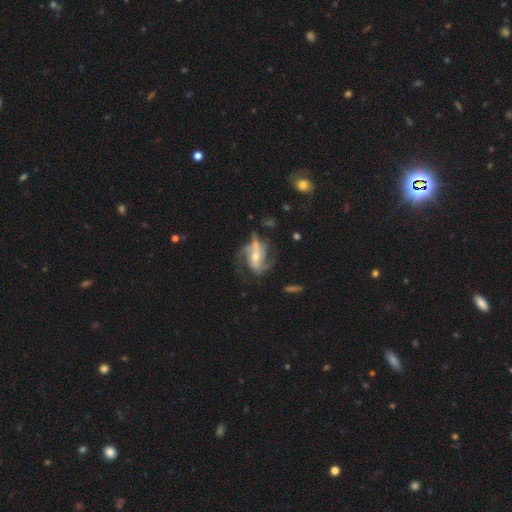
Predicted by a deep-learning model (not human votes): smooth_or_featured: featured or disk (p=0.84) [alt: smooth p=0.10]
disk_edge_on: no (p=0.96) [alt: yes p=0.04]
bar: weak (p=0.37) [alt: strong p=0.32]
has_spiral_arms: yes (p=0.93) [alt: no p=0.07]
spiral_winding: medium (p=0.43) [alt: loose p=0.40]
spiral_arm_count: 2 (p=0.56) [alt: 3 p=0.21]
bulge_size: moderate (p=0.52) [alt: small p=0.42]
merging: none (p=0.55) [alt: minor disturbance p=0.21]